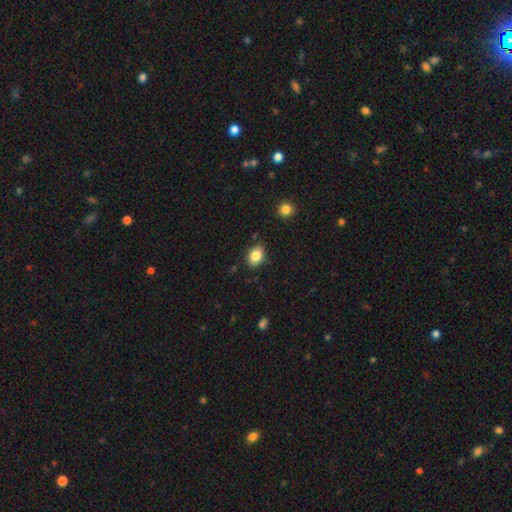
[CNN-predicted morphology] smooth_or_featured: smooth (p=0.85) [alt: star or artifact p=0.08]
how_rounded: in between (p=0.79) [alt: round p=0.19]
merging: none (p=0.84) [alt: minor disturbance p=0.11]